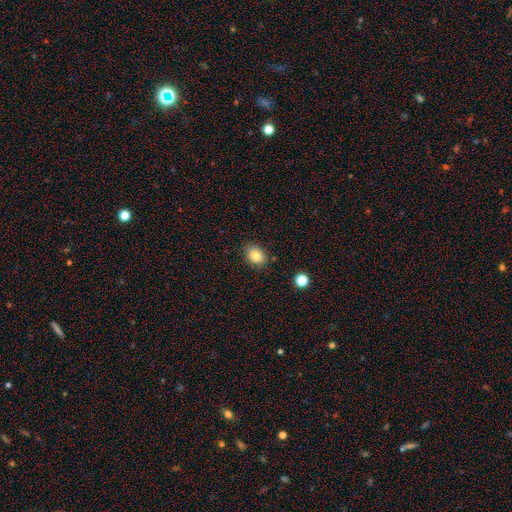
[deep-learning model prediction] Smooth or featured? Predicted: smooth (p=0.83). How rounded? Predicted: in between (p=0.67). Merging? Predicted: none (p=0.84).